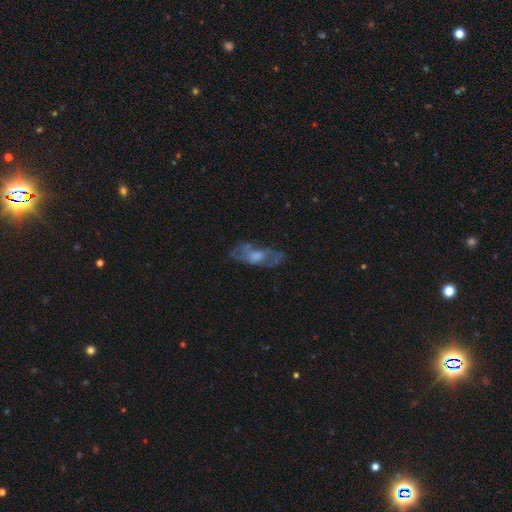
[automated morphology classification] The model was most divided on "smooth or featured": featured or disk: 54%, smooth: 38%, star or artifact: 8%. More confident: edge-on disk — no (83%); merging — none (54%).